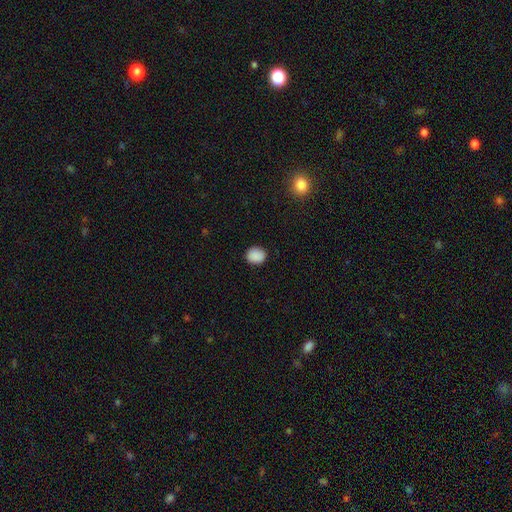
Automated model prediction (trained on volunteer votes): smooth 88%, star or artifact 9%, featured or disk 3%. Down the decision tree: how rounded — round (69%); merging — none (87%).